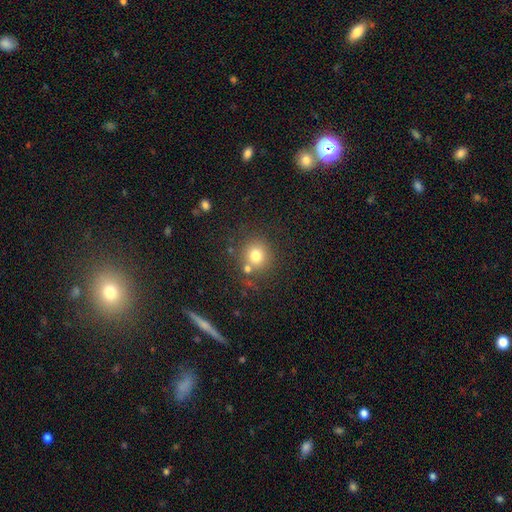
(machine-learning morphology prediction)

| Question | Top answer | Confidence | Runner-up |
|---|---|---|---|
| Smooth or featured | smooth | 77% | star or artifact (13%) |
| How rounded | round | 89% | in between (10%) |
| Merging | none | 70% | merger (15%) |